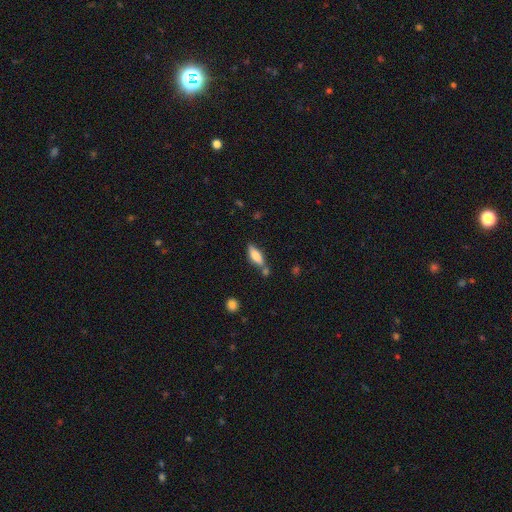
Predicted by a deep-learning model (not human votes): Smooth or featured? Predicted: smooth (p=0.70). How rounded? Predicted: in between (p=0.59). Merging? Predicted: none (p=0.65).